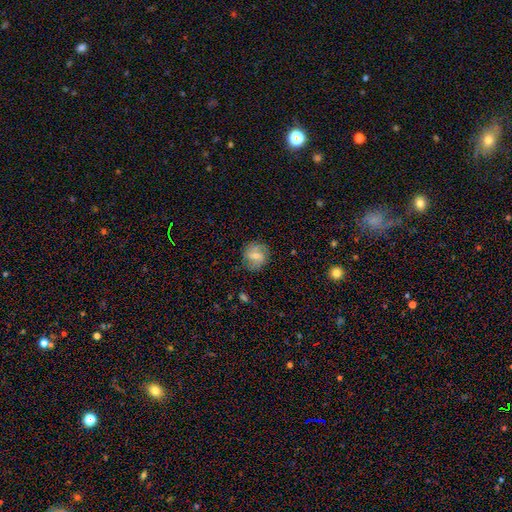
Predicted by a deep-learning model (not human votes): Smooth or featured?
  - featured or disk: 48% *
  - smooth: 40%
  - star or artifact: 12%
Merging?
  - none: 79% *
  - minor disturbance: 15%
  - major disturbance: 5%
  - merger: 1%